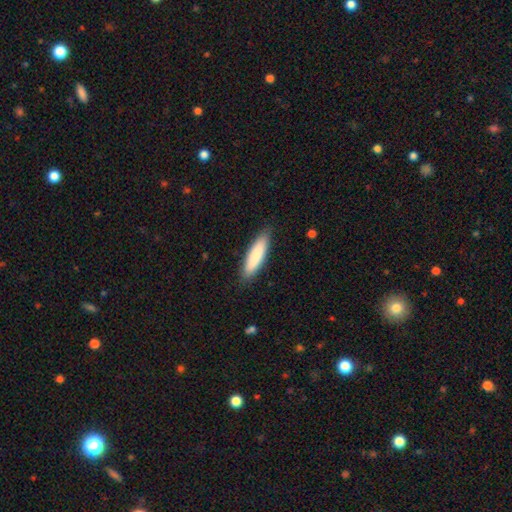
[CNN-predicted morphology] smooth_or_featured: smooth (p=0.85) [alt: featured or disk p=0.10]
how_rounded: cigar-shaped (p=0.69) [alt: in between p=0.30]
merging: none (p=0.87) [alt: minor disturbance p=0.10]